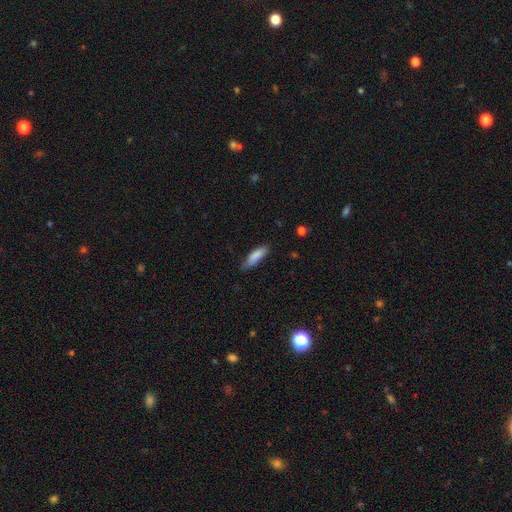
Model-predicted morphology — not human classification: Smooth or featured? Predicted: smooth (p=0.86). How rounded? Predicted: in between (p=0.49, tied with cigar-shaped). Merging? Predicted: none (p=0.71).